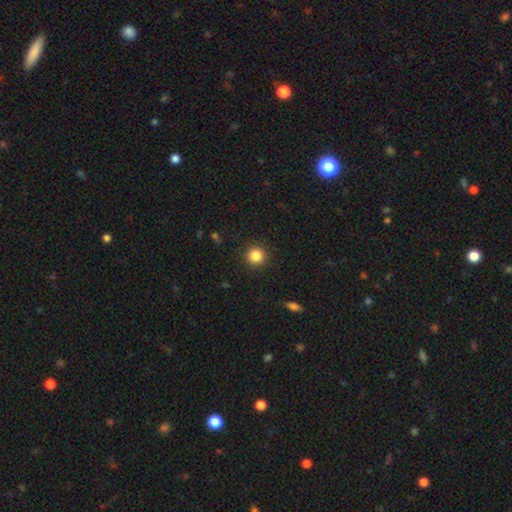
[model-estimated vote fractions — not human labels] This is clearly a smooth galaxy (85%). How rounded: clearly round (94%). Merging: clearly none (91%).